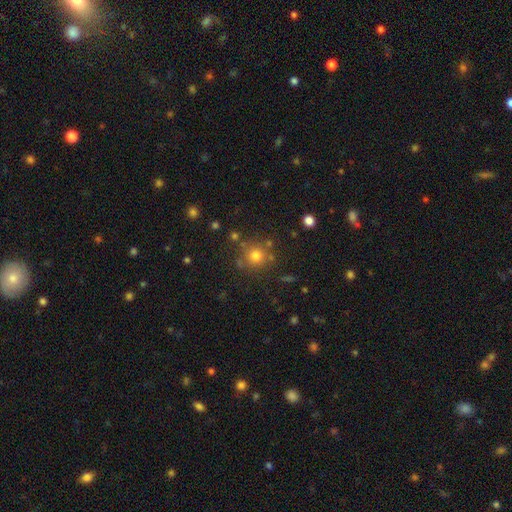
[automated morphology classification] A smooth galaxy with no disk features (75%) that is round (92%).

Vote fractions:
- Smooth or featured? smooth: 75% / star or artifact: 16% / featured or disk: 9%
- How rounded? round: 92% / in between: 7% / cigar-shaped: 1%
- Merging? none: 78% / minor disturbance: 11% / merger: 7% / major disturbance: 4%